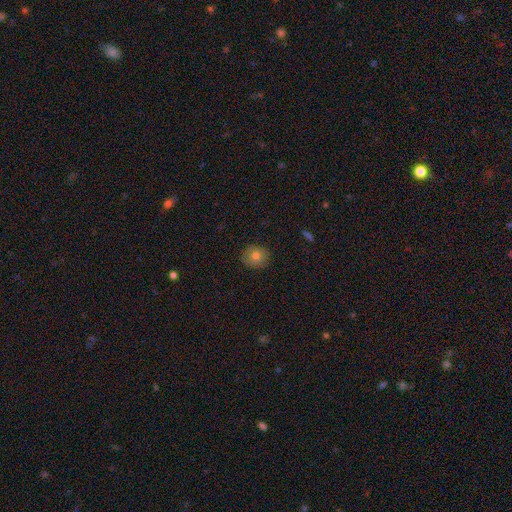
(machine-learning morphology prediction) Smooth or featured?
  - smooth: 76% *
  - featured or disk: 13%
  - star or artifact: 11%
How rounded?
  - round: 83% *
  - in between: 16%
  - cigar-shaped: 1%
Merging?
  - none: 87% *
  - minor disturbance: 10%
  - major disturbance: 2%
  - merger: 1%